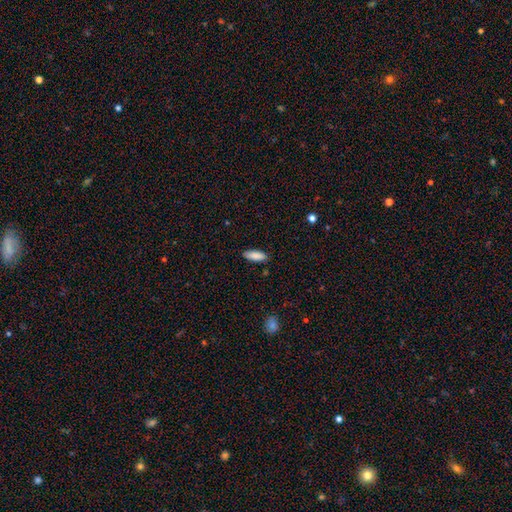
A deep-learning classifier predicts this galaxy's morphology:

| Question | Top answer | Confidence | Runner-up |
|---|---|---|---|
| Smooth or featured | smooth | 88% | star or artifact (6%) |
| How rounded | in between | 72% | cigar-shaped (26%) |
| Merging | none | 86% | minor disturbance (11%) |